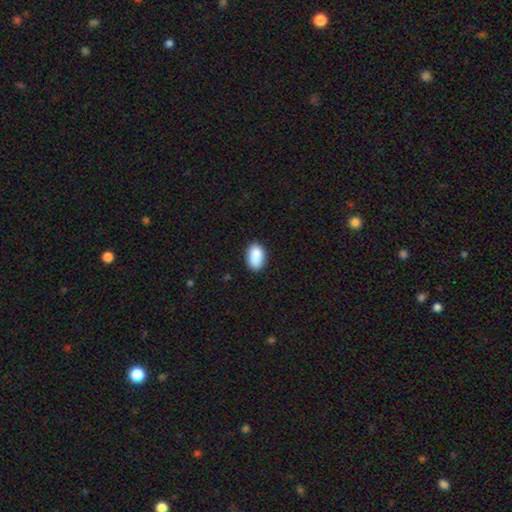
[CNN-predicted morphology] A smooth galaxy with no disk features (89%) that is in between round and cigar-shaped (91%).

Vote fractions:
- Smooth or featured? smooth: 89% / star or artifact: 7% / featured or disk: 4%
- How rounded? in between: 91% / round: 7% / cigar-shaped: 2%
- Merging? none: 82% / minor disturbance: 14% / major disturbance: 3% / merger: 2%